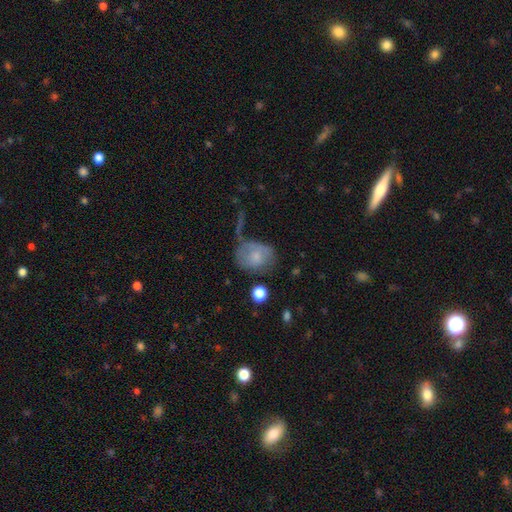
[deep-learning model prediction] smooth-or-featured: smooth: 63% | featured or disk: 27% | star or artifact: 9%
  how-rounded: round: 53% | in between: 45% | cigar-shaped: 1%
  merging: none: 41% | minor disturbance: 24% | major disturbance: 21% | merger: 14%